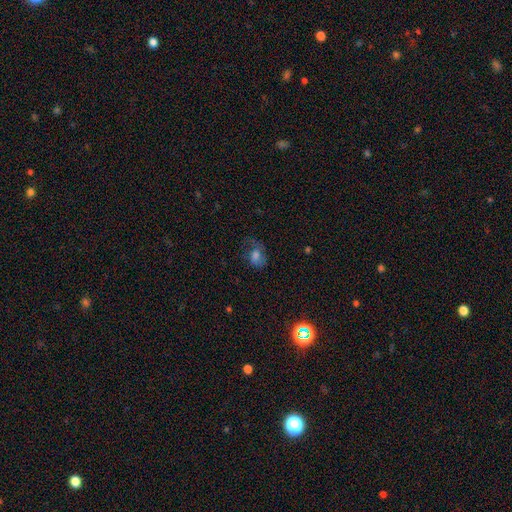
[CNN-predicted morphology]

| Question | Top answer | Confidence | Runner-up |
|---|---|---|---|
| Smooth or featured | smooth | 61% | featured or disk (22%) |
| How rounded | in between | 72% | round (27%) |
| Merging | none | 42% | major disturbance (29%) |